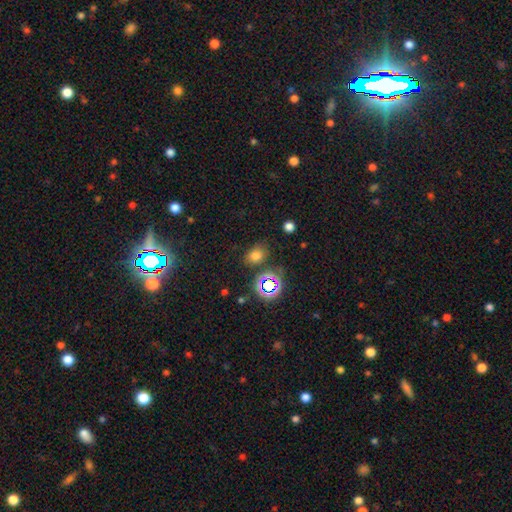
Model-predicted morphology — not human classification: Smooth or featured? Predicted: smooth (p=0.68). How rounded? Predicted: in between (p=0.62). Merging? Predicted: none (p=0.75).